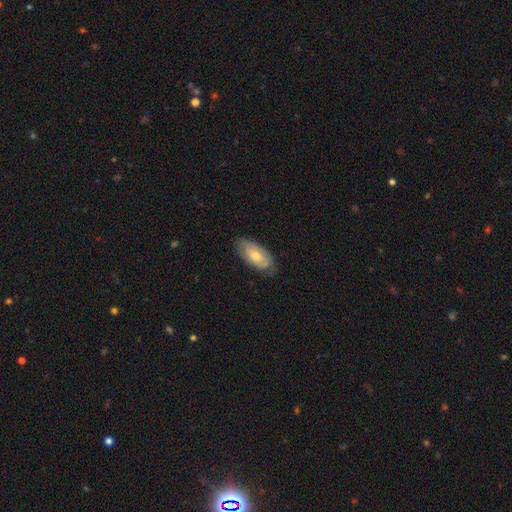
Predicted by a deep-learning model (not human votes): This is possibly a smooth galaxy (54%). How rounded: clearly in between (91%). Merging: likely none (76%).